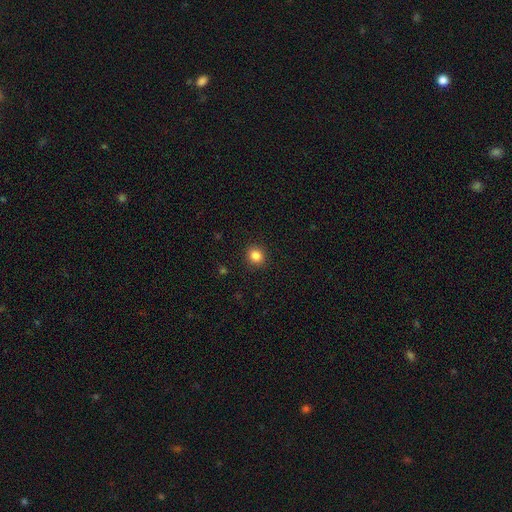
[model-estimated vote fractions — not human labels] A smooth galaxy with no disk features (85%) that is round (80%).

Vote fractions:
- Smooth or featured? smooth: 85% / star or artifact: 11% / featured or disk: 4%
- How rounded? round: 80% / in between: 20% / cigar-shaped: 1%
- Merging? none: 91% / minor disturbance: 6% / major disturbance: 2% / merger: 1%